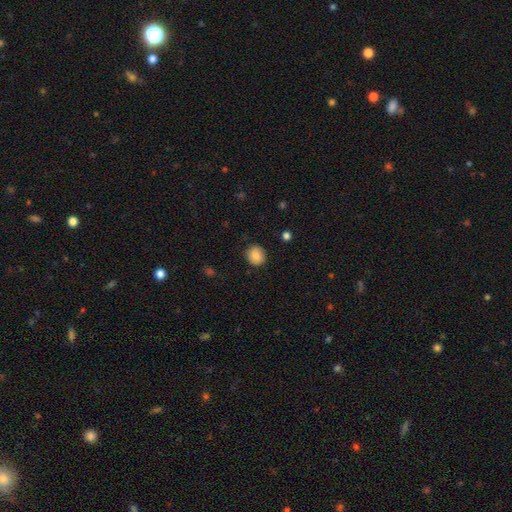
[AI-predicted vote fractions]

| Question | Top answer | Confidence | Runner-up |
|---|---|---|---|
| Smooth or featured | smooth | 85% | star or artifact (8%) |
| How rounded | round | 84% | in between (15%) |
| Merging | none | 88% | minor disturbance (9%) |